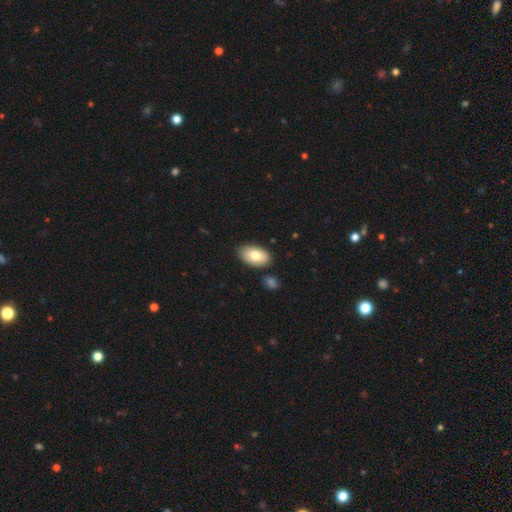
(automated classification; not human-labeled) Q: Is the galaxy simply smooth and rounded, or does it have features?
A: smooth — 77%.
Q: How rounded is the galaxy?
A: in between — 94%.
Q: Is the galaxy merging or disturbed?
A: none — 84%.